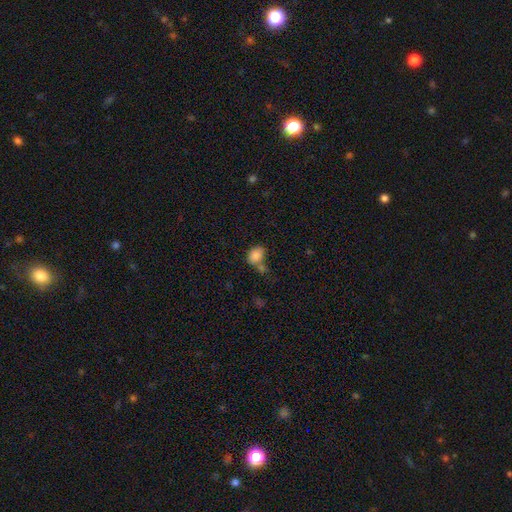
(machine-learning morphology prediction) This appears to be a smooth galaxy with no disk features (83%) that is in between round and cigar-shaped (63%). Merging: none (45%).